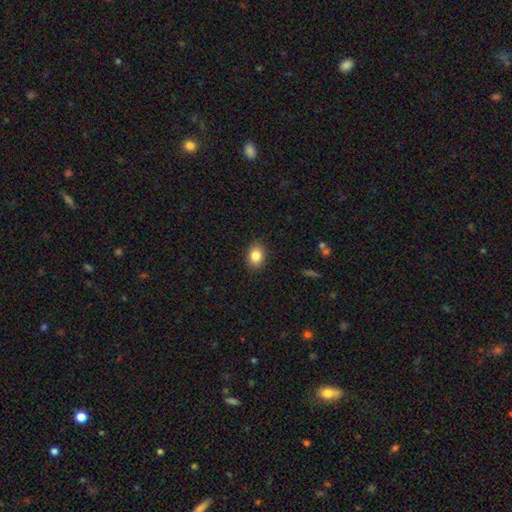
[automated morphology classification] Smooth or featured? Predicted: smooth (p=0.85). How rounded? Predicted: in between (p=0.64). Merging? Predicted: none (p=0.88).